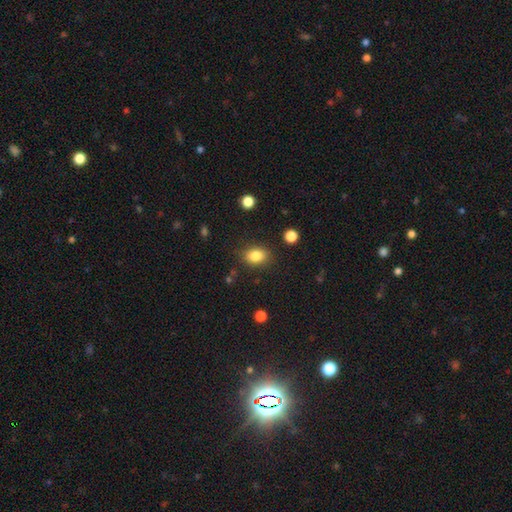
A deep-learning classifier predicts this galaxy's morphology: The model was most divided on "how rounded": in between: 70%, round: 29%, cigar-shaped: 1%. More confident: smooth or featured — smooth (84%); merging — none (84%).